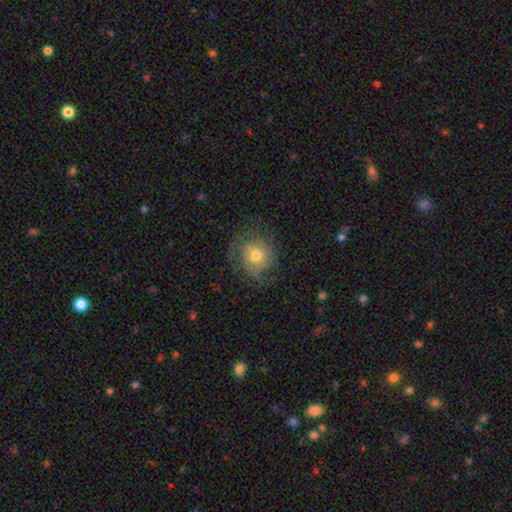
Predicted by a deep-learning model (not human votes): A featured or disk galaxy (47%).

Vote fractions:
- Smooth or featured? featured or disk: 47% / smooth: 44% / star or artifact: 9%
- Merging? none: 60% / minor disturbance: 21% / major disturbance: 18% / merger: 2%